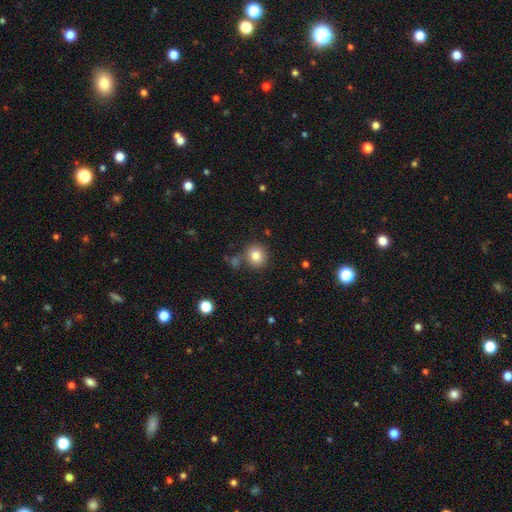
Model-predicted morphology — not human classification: A smooth galaxy with no disk features (81%) that is round (90%). Merging: none (80%).